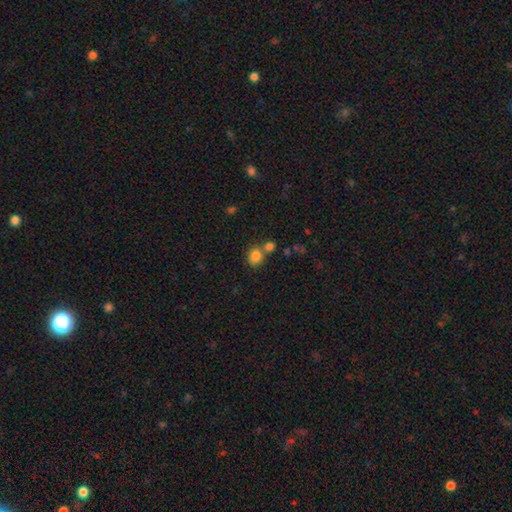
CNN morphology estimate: A smooth galaxy with no disk features (83%) that is round (57%). Merging: none (50%).